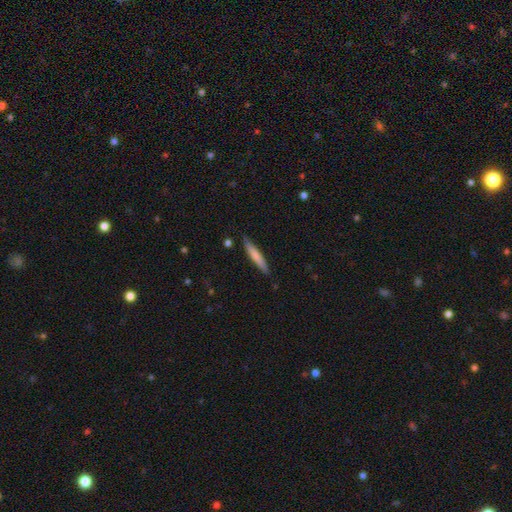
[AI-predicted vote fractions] Smooth or featured: smooth — 71% (featured or disk — 24%)
How rounded: cigar-shaped — 93% (in between — 6%)
Merging: none — 86% (minor disturbance — 10%)